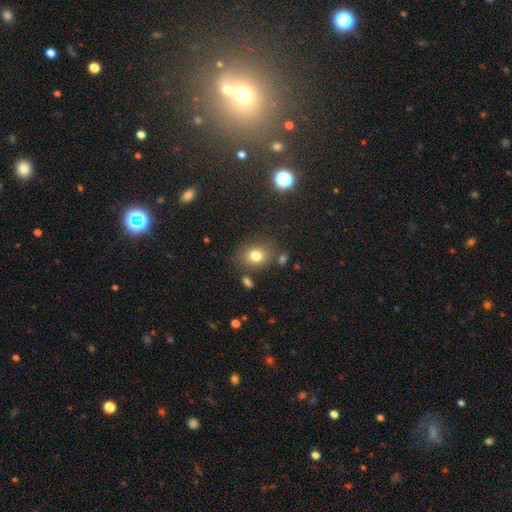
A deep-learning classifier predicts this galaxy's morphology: Smooth or featured? smooth (77%)
How rounded? round (55%)
Merging? none (76%)